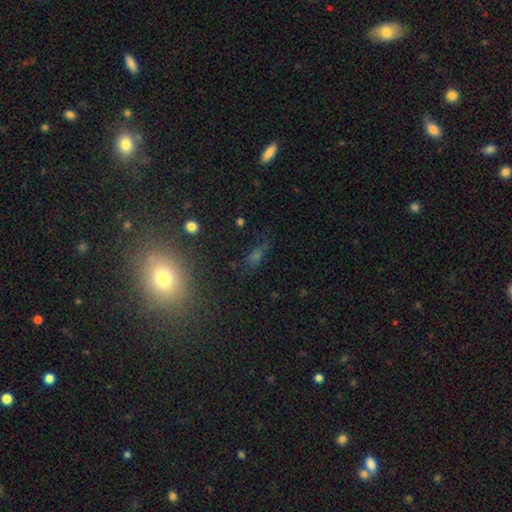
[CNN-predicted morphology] smooth 48%, star or artifact 33%, featured or disk 18%. Down the decision tree: merging — none (66%).